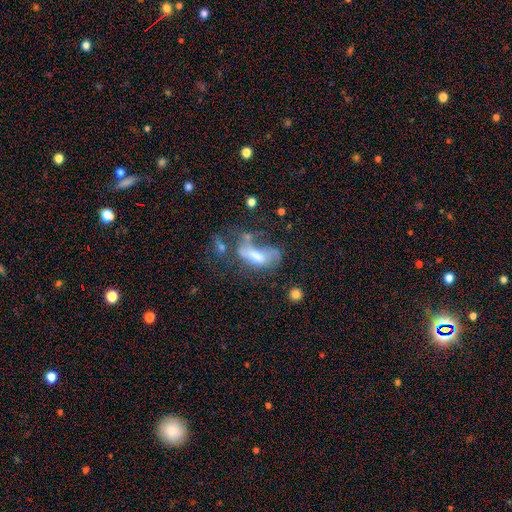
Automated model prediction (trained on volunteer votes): Smooth or featured: smooth — 44% (tied with featured or disk — 44%)
Merging: major disturbance — 43% (merger — 22%)